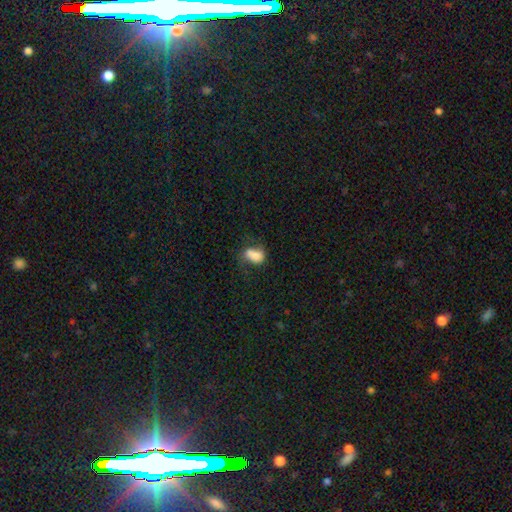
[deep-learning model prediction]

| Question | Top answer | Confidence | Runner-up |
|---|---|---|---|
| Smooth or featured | smooth | 74% | featured or disk (16%) |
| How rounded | in between | 73% | round (25%) |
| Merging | merger | 32% | none (31%) |